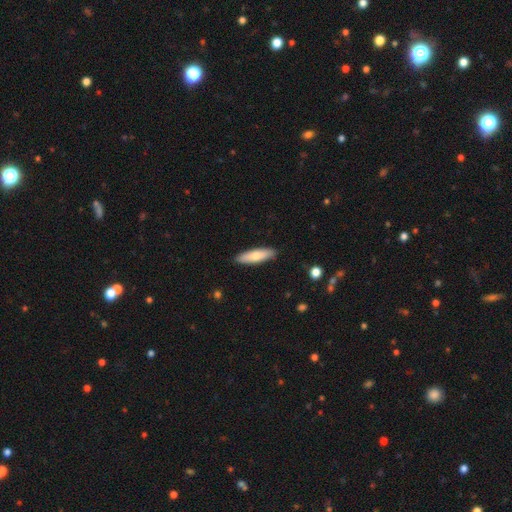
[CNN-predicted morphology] Q: Smooth or featured?
A: smooth (71%); runner-up: featured or disk (24%)
Q: How rounded?
A: cigar-shaped (59%); runner-up: in between (39%)
Q: Merging?
A: none (89%); runner-up: minor disturbance (8%)